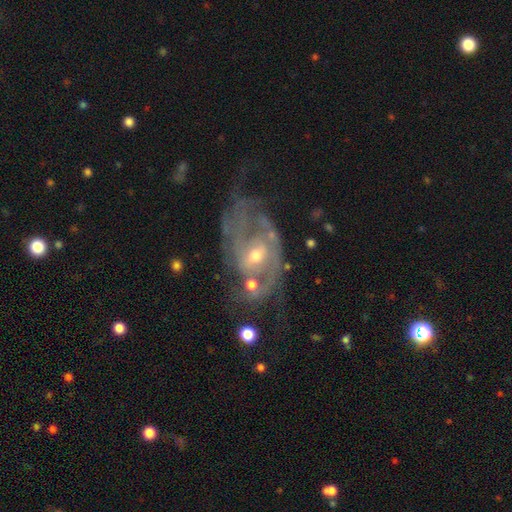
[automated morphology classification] This appears to be a featured or disk galaxy (83%) with no bar (43%, tied with weak), 2 (51%) medium (43%) spiral arms (84%) and a moderate central bulge (51%). Merging: none (42%).